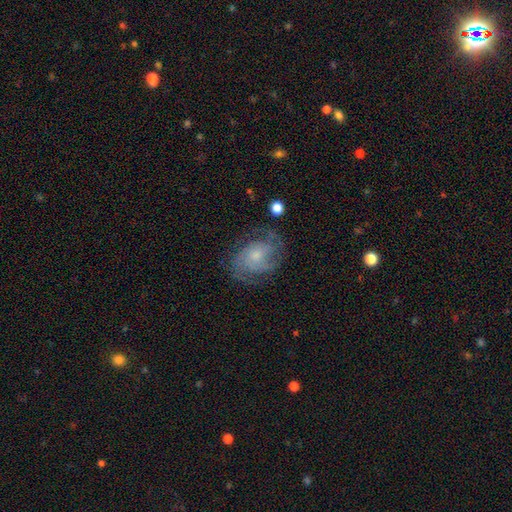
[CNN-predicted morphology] A featured or disk galaxy (78%) with no bar (72%), 2 (29%) tight (50%) spiral arms (94%) and a small central bulge (54%). Merging: none (71%).